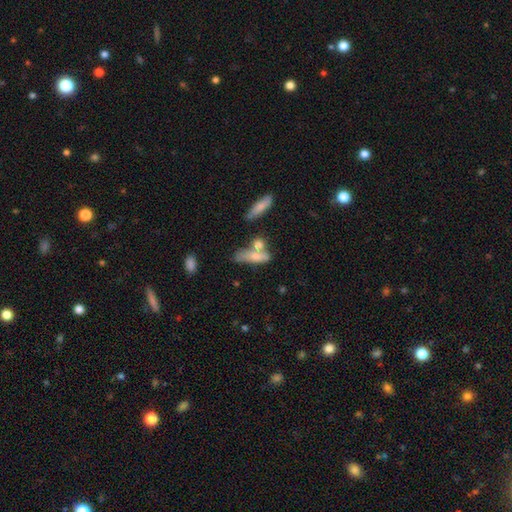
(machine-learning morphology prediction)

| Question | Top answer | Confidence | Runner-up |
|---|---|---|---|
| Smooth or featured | smooth | 68% | featured or disk (24%) |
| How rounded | cigar-shaped | 48% | in between (47%) |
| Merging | merger | 38% | none (34%) |